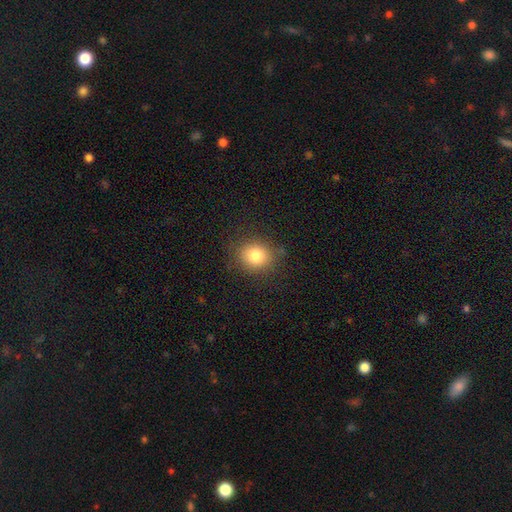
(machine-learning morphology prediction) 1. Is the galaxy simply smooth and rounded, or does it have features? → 82% smooth, 11% star or artifact, 7% featured or disk.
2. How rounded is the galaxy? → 76% round, 23% in between, 1% cigar-shaped.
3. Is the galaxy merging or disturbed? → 83% none, 12% minor disturbance, 4% major disturbance, 1% merger.